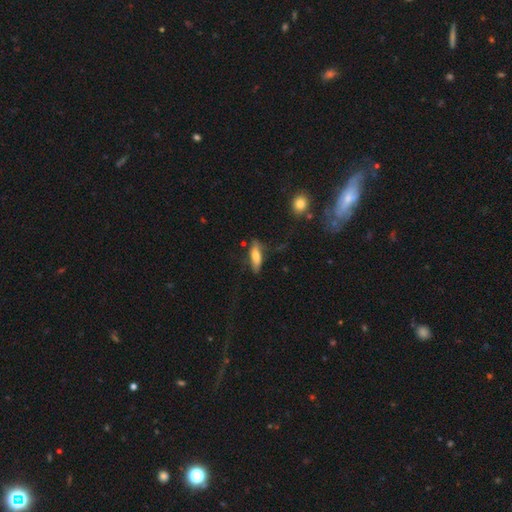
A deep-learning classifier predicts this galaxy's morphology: A smooth galaxy with no disk features (62%) that is in between round and cigar-shaped (50%).

Vote fractions:
- Smooth or featured? smooth: 62% / featured or disk: 31% / star or artifact: 7%
- How rounded? in between: 50% / cigar-shaped: 48% / round: 2%
- Merging? none: 61% / minor disturbance: 25% / major disturbance: 10% / merger: 3%